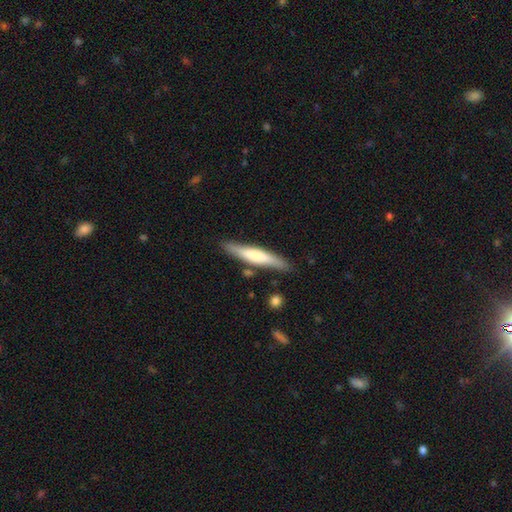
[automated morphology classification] This appears to be a smooth galaxy with no disk features (57%) that is cigar-shaped (89%). Merging: none (83%).